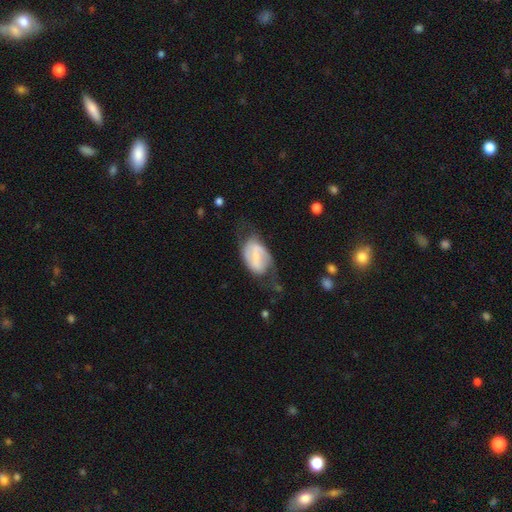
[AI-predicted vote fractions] This is likely a featured or disk galaxy (64%). It is clearly not viewed edge-on (96%). Bar: marginally weak (43%). Spiral arm pattern: likely yes (78%). Central bulge: possibly small (52%). Merging: possibly none (48%).